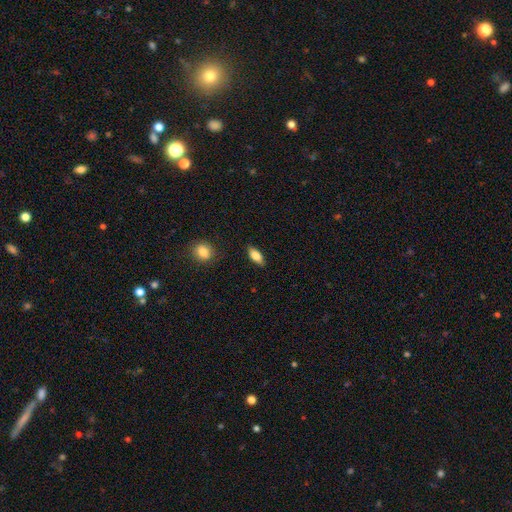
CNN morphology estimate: smooth_or_featured: smooth (p=0.79) [alt: featured or disk p=0.14]
how_rounded: in between (p=0.83) [alt: cigar-shaped p=0.14]
merging: none (p=0.86) [alt: minor disturbance p=0.11]